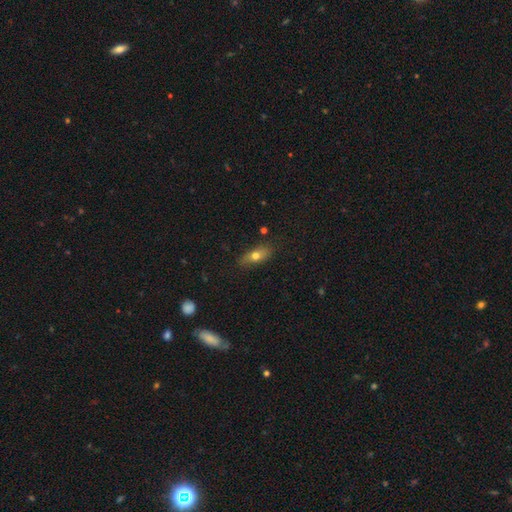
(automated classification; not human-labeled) This is likely a smooth galaxy (65%). How rounded: likely in between (70%). Merging: clearly none (81%).